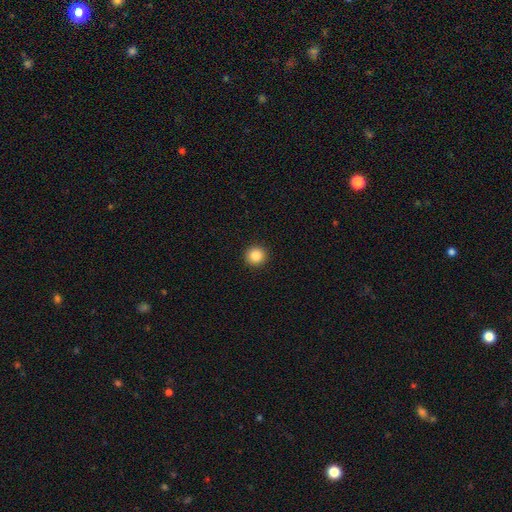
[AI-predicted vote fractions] Q: Smooth or featured?
A: smooth (86%); runner-up: star or artifact (10%)
Q: How rounded?
A: round (94%); runner-up: in between (5%)
Q: Merging?
A: none (93%); runner-up: minor disturbance (4%)